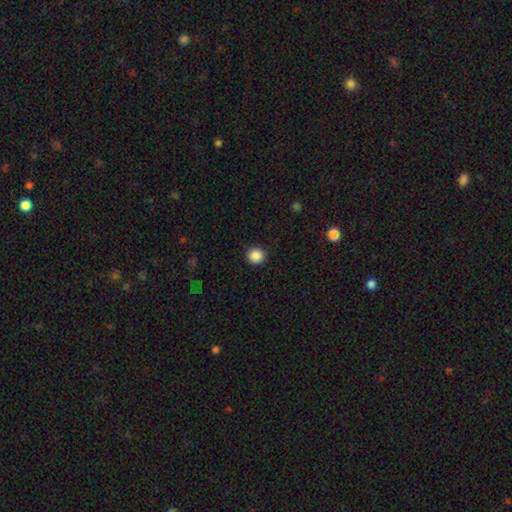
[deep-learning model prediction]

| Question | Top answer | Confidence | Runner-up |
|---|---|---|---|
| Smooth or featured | smooth | 88% | star or artifact (10%) |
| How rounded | round | 94% | in between (5%) |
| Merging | none | 93% | minor disturbance (5%) |